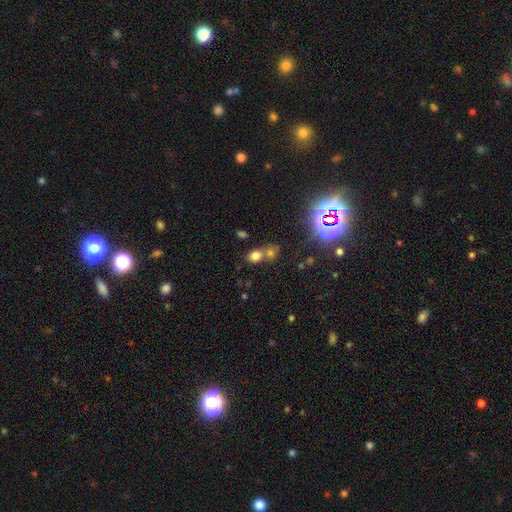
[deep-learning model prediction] Smooth or featured: smooth — 70% (star or artifact — 21%)
How rounded: in between — 49% (tied with round — 49%)
Merging: none — 47% (merger — 40%)